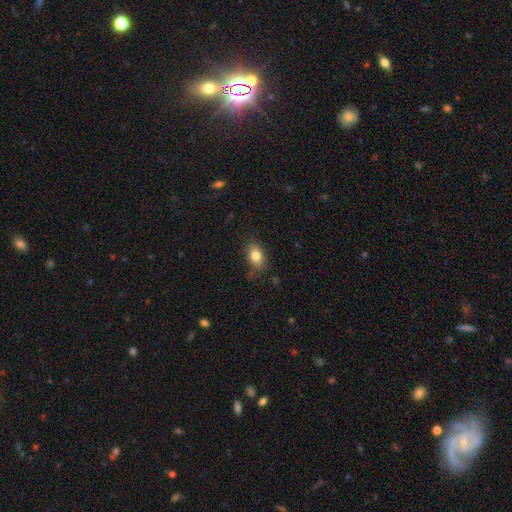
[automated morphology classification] A smooth galaxy with no disk features (81%) that is in between round and cigar-shaped (78%).

Vote fractions:
- Smooth or featured? smooth: 81% / featured or disk: 9% / star or artifact: 9%
- How rounded? in between: 78% / round: 20% / cigar-shaped: 2%
- Merging? none: 72% / minor disturbance: 21% / major disturbance: 6% / merger: 1%